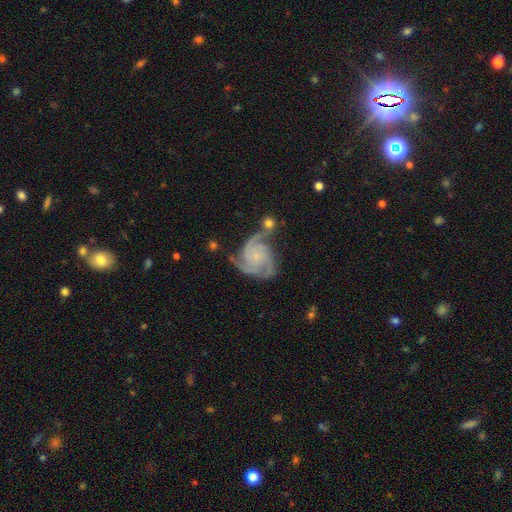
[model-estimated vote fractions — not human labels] Overall: featured or disk (90%). Edge-on disk: no (98%). Bar: no (74%). Spiral arms: yes (98%). Spiral arm count: 3 (62%). Spiral winding: tight (52%; medium 41%). Bulge size: small (68%). Merging: none (59%; minor disturbance 21%).